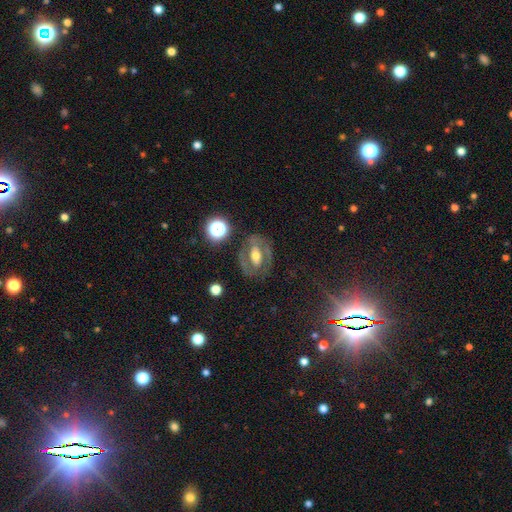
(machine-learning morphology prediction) Smooth or featured? featured or disk (61%)
Edge-on disk? no (92%)
Bar? no (43%)
Spiral arms? no (54%)
Bulge size? moderate (58%)
Merging? none (72%)